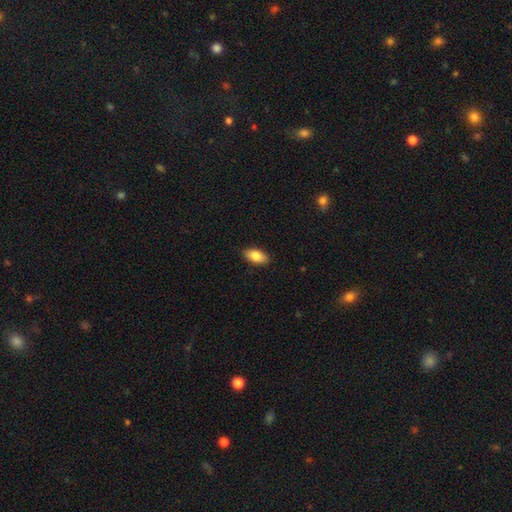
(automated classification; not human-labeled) Morphology: type=smooth (85%); roundness=in between (93%); merging=none (89%).